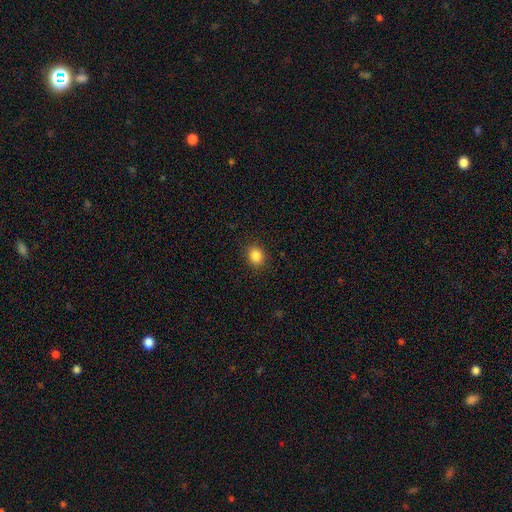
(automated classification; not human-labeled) This appears to be a smooth galaxy with no disk features (85%) that is round (74%). Merging: none (90%).